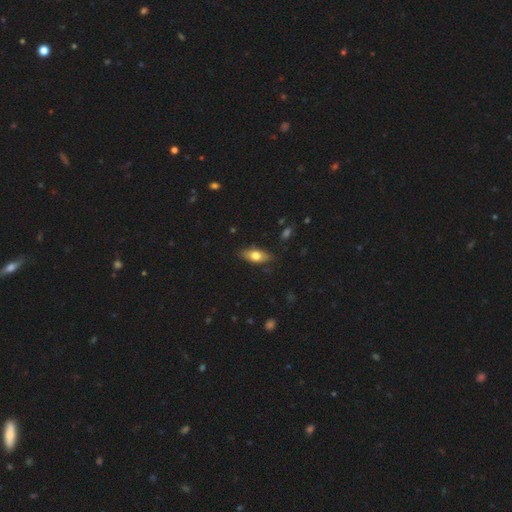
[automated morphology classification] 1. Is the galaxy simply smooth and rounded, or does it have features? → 69% smooth, 24% featured or disk, 7% star or artifact.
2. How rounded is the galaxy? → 82% in between, 15% cigar-shaped, 4% round.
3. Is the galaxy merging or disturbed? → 83% none, 14% minor disturbance, 3% major disturbance, 1% merger.